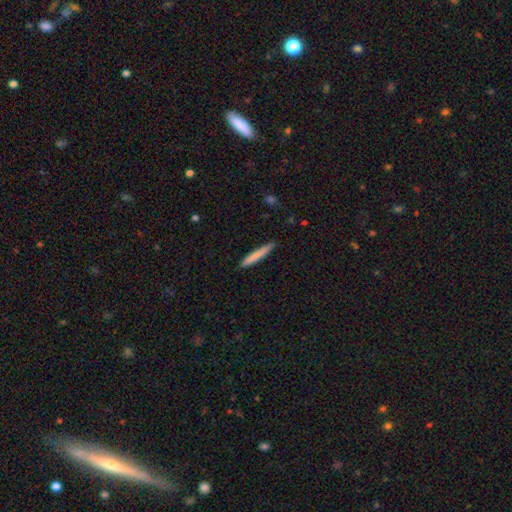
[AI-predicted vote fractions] This appears to be a smooth galaxy with no disk features (78%) that is cigar-shaped (95%). Merging: none (89%).